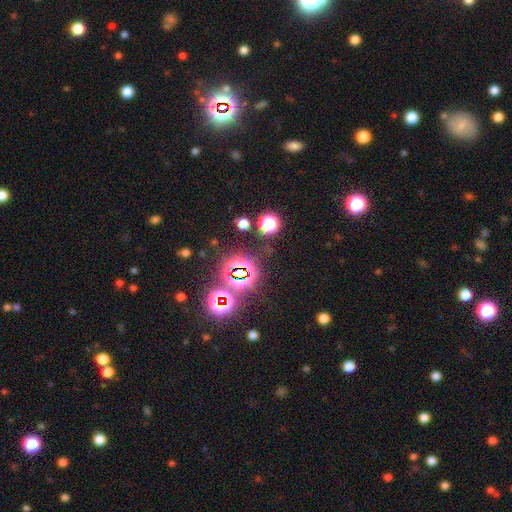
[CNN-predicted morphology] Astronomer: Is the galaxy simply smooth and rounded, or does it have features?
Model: star or artifact — 77%.